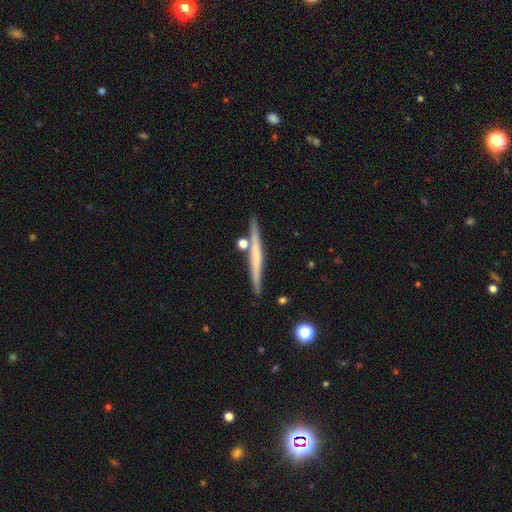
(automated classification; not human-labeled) Smooth or featured? Predicted: featured or disk (p=0.53). Edge-on disk? Predicted: yes (p=0.97). Edge-on bulge? Predicted: none (p=0.76). Merging? Predicted: none (p=0.84).